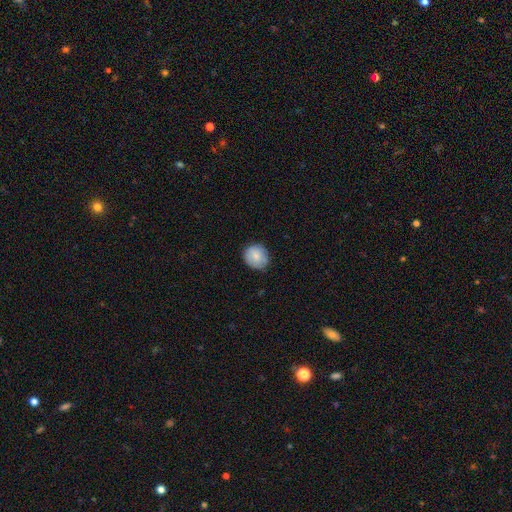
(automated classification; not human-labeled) smooth-or-featured: smooth: 80% | featured or disk: 13% | star or artifact: 7%
  how-rounded: round: 82% | in between: 17% | cigar-shaped: 1%
  merging: none: 80% | minor disturbance: 16% | major disturbance: 3% | merger: 1%